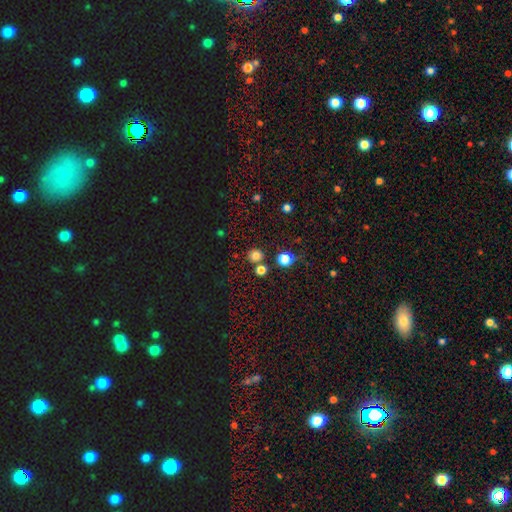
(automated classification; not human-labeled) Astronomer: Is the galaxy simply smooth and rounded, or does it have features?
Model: smooth — 77%.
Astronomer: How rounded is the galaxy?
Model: round — 89%.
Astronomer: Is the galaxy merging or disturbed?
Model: none — 78%.